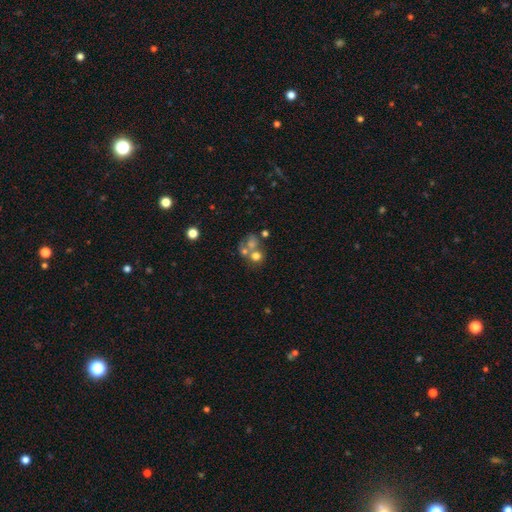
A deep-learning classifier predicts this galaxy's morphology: smooth 59%, featured or disk 25%, star or artifact 16%. Down the decision tree: how rounded — round (73%); merging — merger (51%).